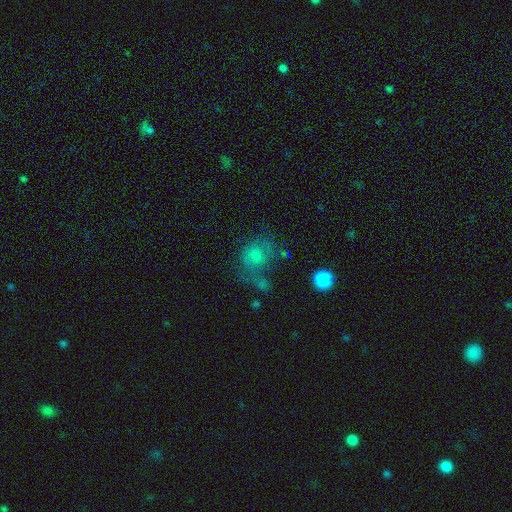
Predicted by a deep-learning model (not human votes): smooth-or-featured: smooth: 49% | featured or disk: 34% | star or artifact: 17%
  merging: none: 41% | major disturbance: 24% | minor disturbance: 20% | merger: 15%